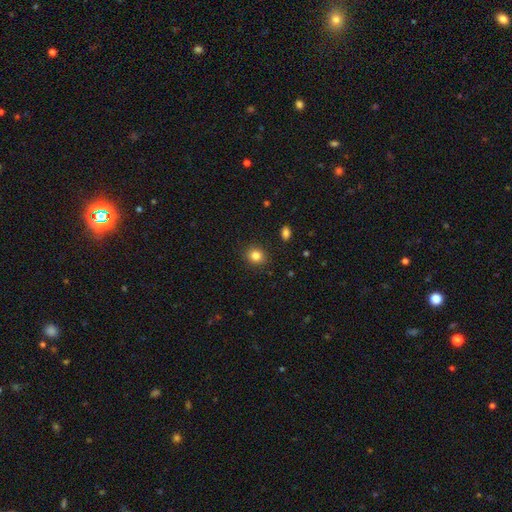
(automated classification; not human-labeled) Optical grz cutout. It shows a smooth galaxy with no disk features (84%) that is round (77%). Merging: none (89%).